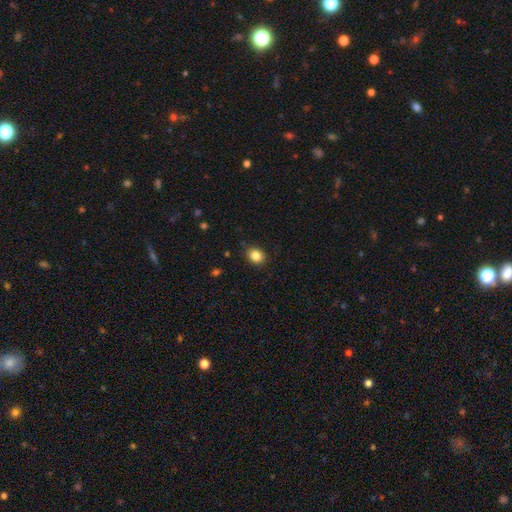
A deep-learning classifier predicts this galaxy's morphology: A smooth galaxy with no disk features (85%) that is round (56%).

Vote fractions:
- Smooth or featured? smooth: 85% / star or artifact: 10% / featured or disk: 5%
- How rounded? round: 56% / in between: 43% / cigar-shaped: 1%
- Merging? none: 87% / minor disturbance: 10% / major disturbance: 2% / merger: 1%